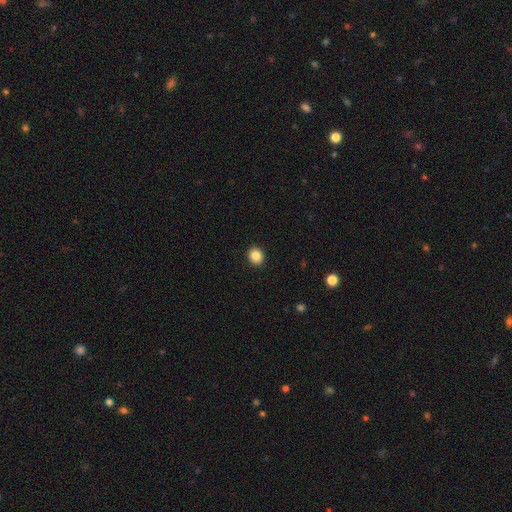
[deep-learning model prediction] A smooth galaxy with no disk features (86%) that is round (79%).

Vote fractions:
- Smooth or featured? smooth: 86% / star or artifact: 10% / featured or disk: 5%
- How rounded? round: 79% / in between: 20% / cigar-shaped: 1%
- Merging? none: 93% / minor disturbance: 5% / major disturbance: 2% / merger: 1%